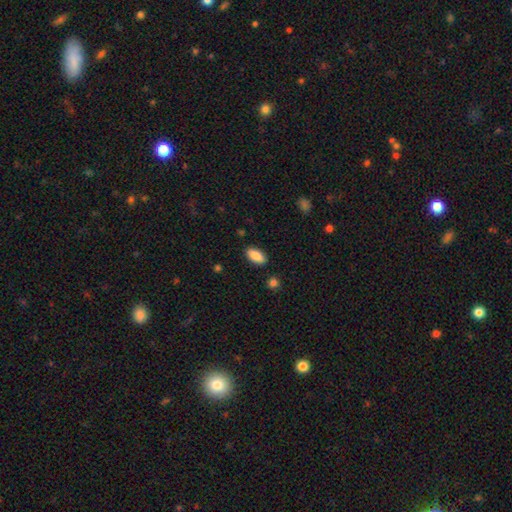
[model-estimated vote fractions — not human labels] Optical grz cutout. It shows a smooth galaxy with no disk features (86%) that is in between round and cigar-shaped (89%). Merging: none (88%).